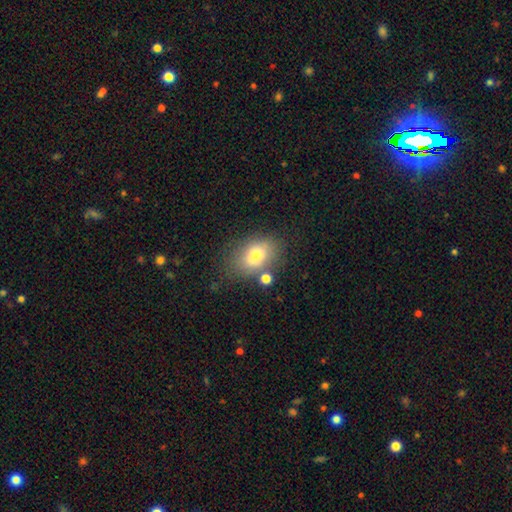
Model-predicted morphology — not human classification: This is likely a smooth galaxy (74%). How rounded: likely in between (77%). Merging: likely none (69%).